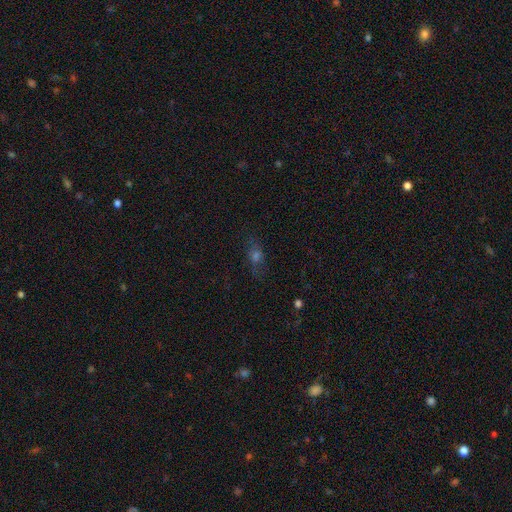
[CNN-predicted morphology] Q: Smooth or featured?
A: smooth (42%); runner-up: star or artifact (32%)
Q: Merging?
A: none (77%); runner-up: minor disturbance (14%)